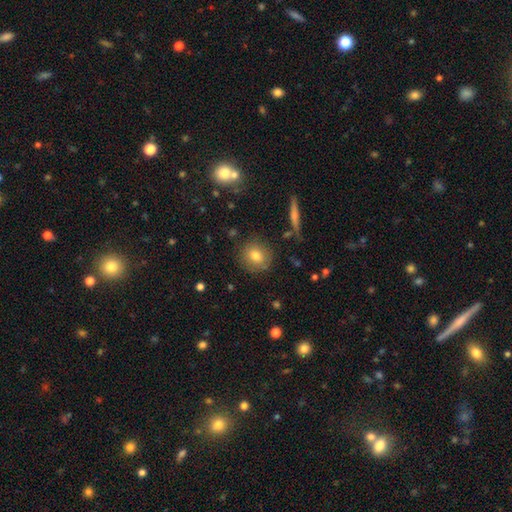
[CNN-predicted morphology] Smooth or featured?
  - smooth: 76% *
  - featured or disk: 14%
  - star or artifact: 11%
How rounded?
  - round: 85% *
  - in between: 13%
  - cigar-shaped: 2%
Merging?
  - none: 84% *
  - minor disturbance: 11%
  - major disturbance: 3%
  - merger: 2%